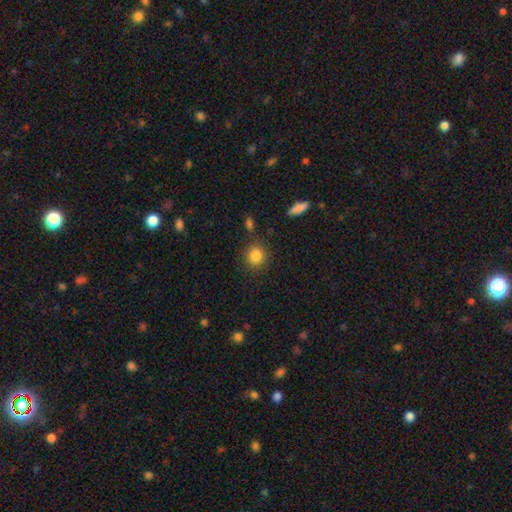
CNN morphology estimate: Smooth or featured: smooth — 85% (star or artifact — 10%)
How rounded: round — 83% (in between — 15%)
Merging: none — 84% (minor disturbance — 9%)